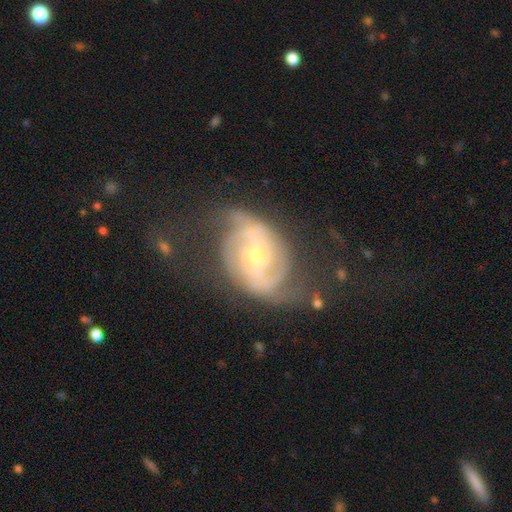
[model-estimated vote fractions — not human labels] Q: Smooth or featured?
A: featured or disk (85%); runner-up: smooth (9%)
Q: Edge-on disk?
A: no (97%); runner-up: yes (3%)
Q: Bar?
A: no (41%); tied with: weak (41%)
Q: Spiral arms?
A: yes (94%); runner-up: no (6%)
Q: Spiral winding?
A: medium (45%); runner-up: tight (29%)
Q: Spiral arm count?
A: 2 (76%); runner-up: can't tell (11%)
Q: Bulge size?
A: small (53%); runner-up: moderate (43%)
Q: Merging?
A: none (57%); runner-up: minor disturbance (22%)